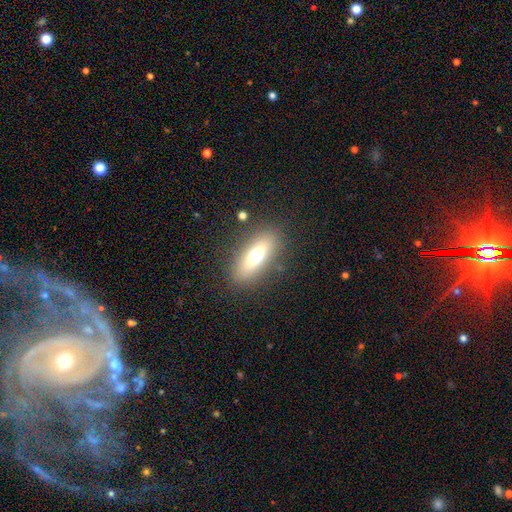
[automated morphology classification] This appears to be a smooth galaxy with no disk features (62%) that is in between round and cigar-shaped (63%). Merging: none (84%).